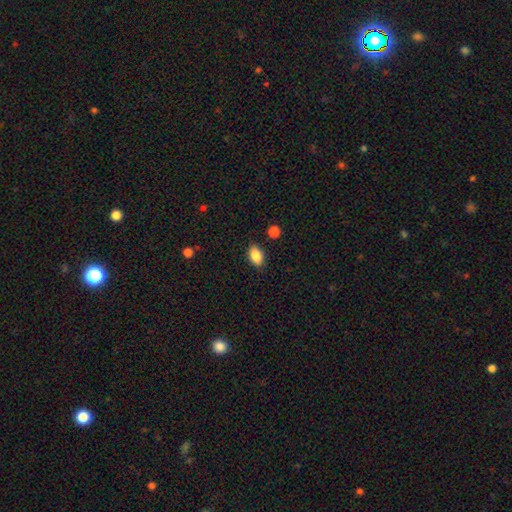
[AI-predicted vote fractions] This appears to be a smooth galaxy with no disk features (87%) that is in between round and cigar-shaped (90%). Merging: none (86%).